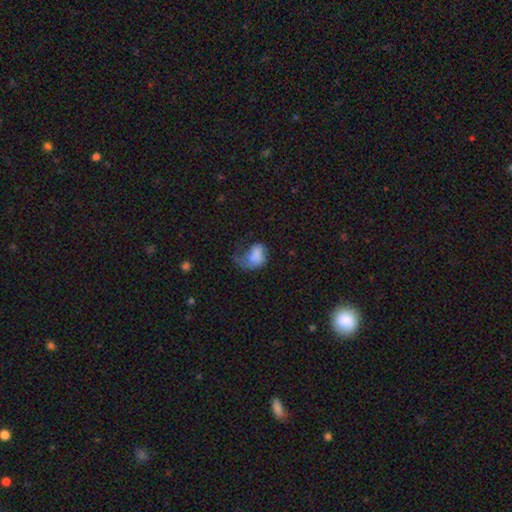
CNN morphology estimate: This is likely a smooth galaxy (63%). How rounded: likely in between (78%). Merging: possibly major disturbance (57%).